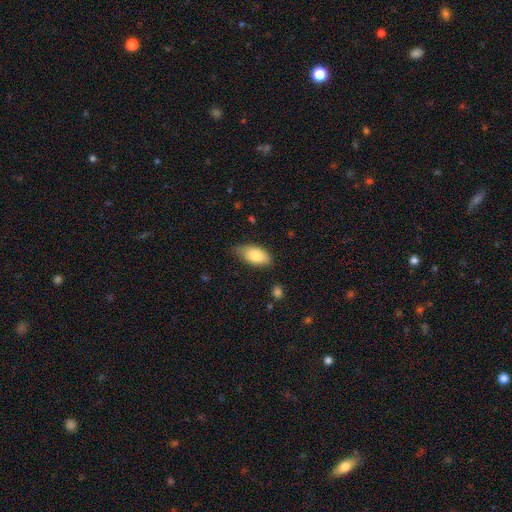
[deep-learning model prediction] Smooth or featured: smooth — 82% (featured or disk — 12%)
How rounded: in between — 92% (cigar-shaped — 5%)
Merging: none — 69% (minor disturbance — 25%)